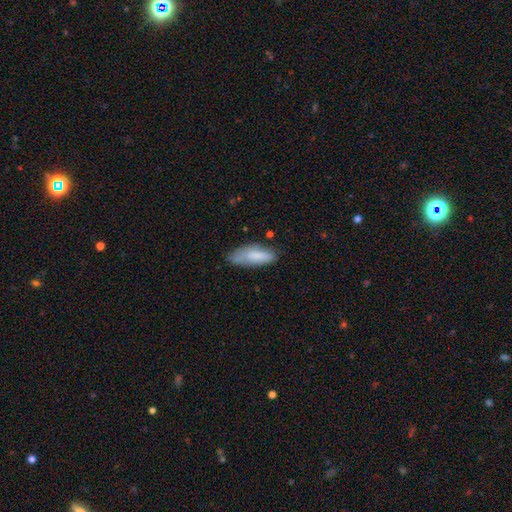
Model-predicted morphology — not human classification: This is likely a smooth galaxy (78%). How rounded: likely in between (67%). Merging: possibly none (54%).